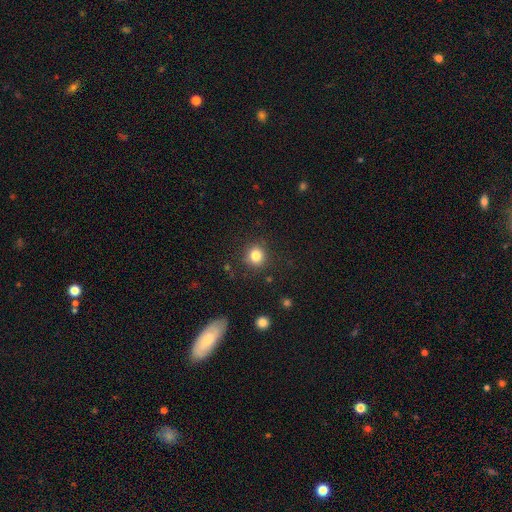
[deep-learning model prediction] This appears to be a smooth galaxy with no disk features (83%) that is round (86%). Merging: none (87%).